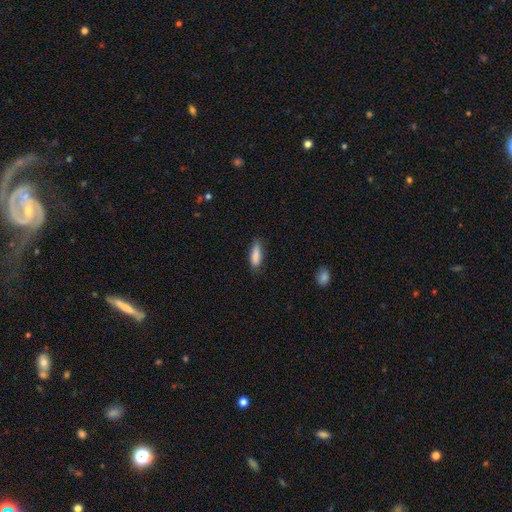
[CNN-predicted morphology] smooth 86%, featured or disk 8%, star or artifact 7%. Down the decision tree: how rounded — cigar-shaped (50%); merging — none (80%).